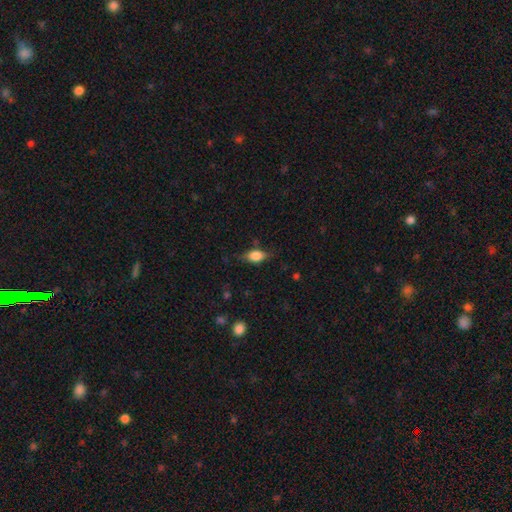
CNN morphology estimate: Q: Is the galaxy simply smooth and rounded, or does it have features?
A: smooth — 73%.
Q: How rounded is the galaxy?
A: in between — 80%.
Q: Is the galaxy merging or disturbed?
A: none — 70%.